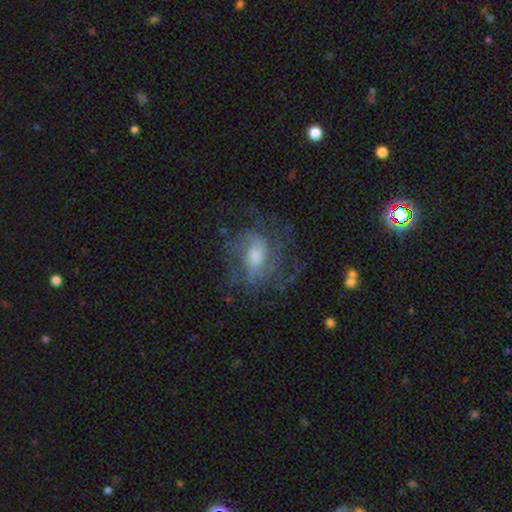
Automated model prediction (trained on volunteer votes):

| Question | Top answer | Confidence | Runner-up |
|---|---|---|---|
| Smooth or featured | featured or disk | 66% | smooth (25%) |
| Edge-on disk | no | 96% | yes (4%) |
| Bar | no | 60% | weak (33%) |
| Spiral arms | yes | 77% | no (23%) |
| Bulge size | moderate | 49% | large (22%) |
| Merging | none | 53% | major disturbance (25%) |